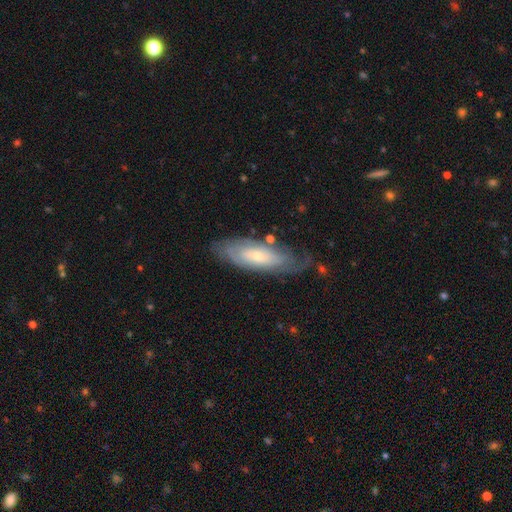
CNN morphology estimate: type=featured or disk (63%); edge-on=no (81%); bar=no (75%); spiral arms=yes (75%); bulge=small (64%); merging=none (66%).